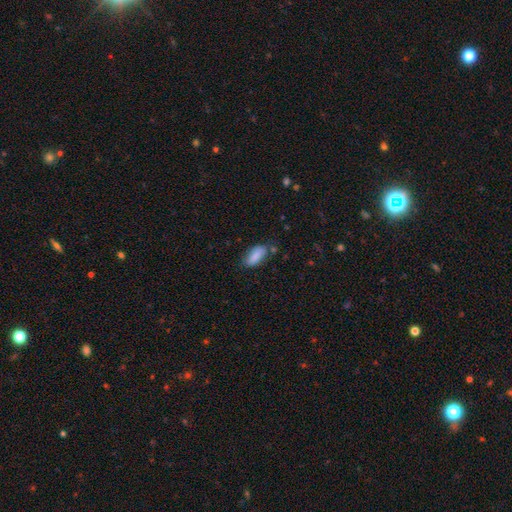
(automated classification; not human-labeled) This is clearly a smooth galaxy (85%). How rounded: clearly in between (85%). Merging: likely none (70%).